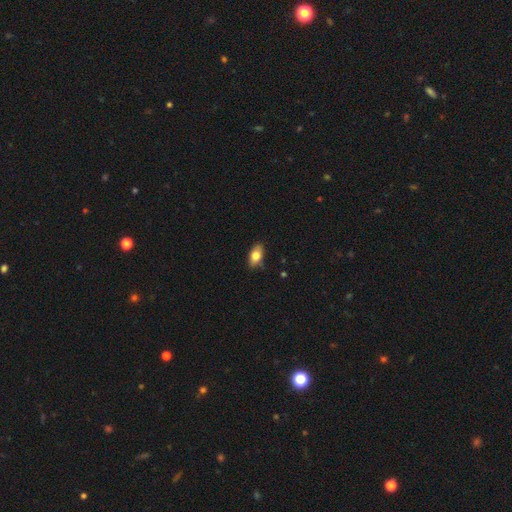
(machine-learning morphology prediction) Smooth or featured? smooth (80%)
How rounded? in between (88%)
Merging? none (80%)